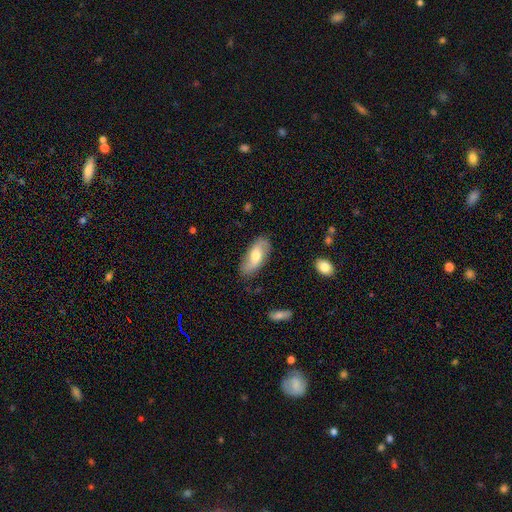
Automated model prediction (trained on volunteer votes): Morphology: type=featured or disk (50%); merging=none (78%).